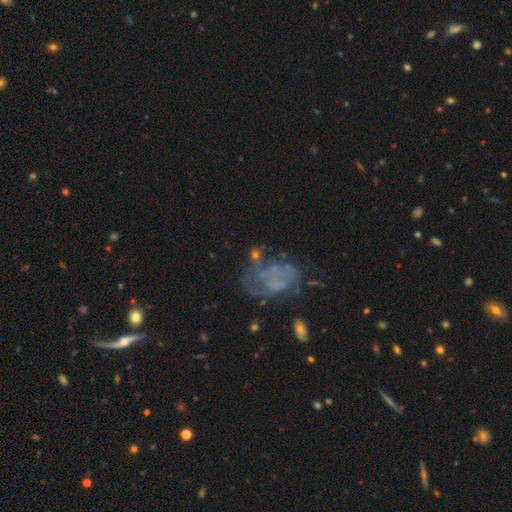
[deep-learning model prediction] smooth_or_featured: featured or disk (p=0.57) [alt: smooth p=0.28]
disk_edge_on: no (p=0.98) [alt: yes p=0.02]
bar: no (p=0.83) [alt: weak p=0.13]
has_spiral_arms: no (p=0.59) [alt: yes p=0.41]
bulge_size: none (p=0.75) [alt: small p=0.12]
merging: none (p=0.38) [alt: major disturbance p=0.32]